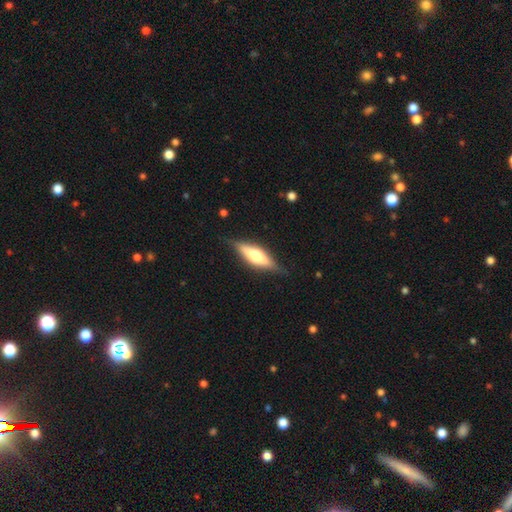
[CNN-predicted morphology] type=featured or disk (55%); edge-on=yes (93%); edge-on bulge=rounded (84%); merging=none (82%).